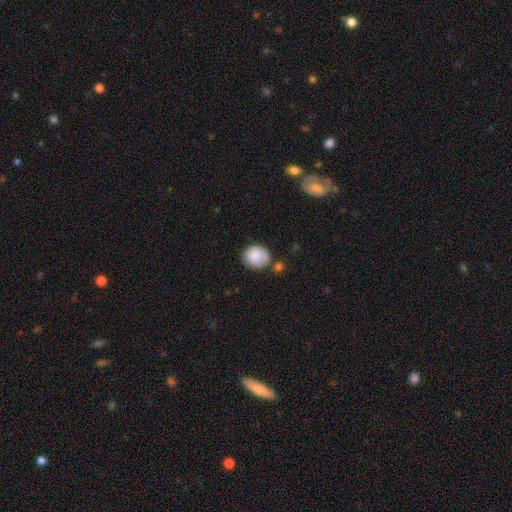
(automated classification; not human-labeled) The model was most divided on "how rounded": round: 71%, in between: 28%, cigar-shaped: 1%. More confident: smooth or featured — smooth (87%); merging — none (63%).